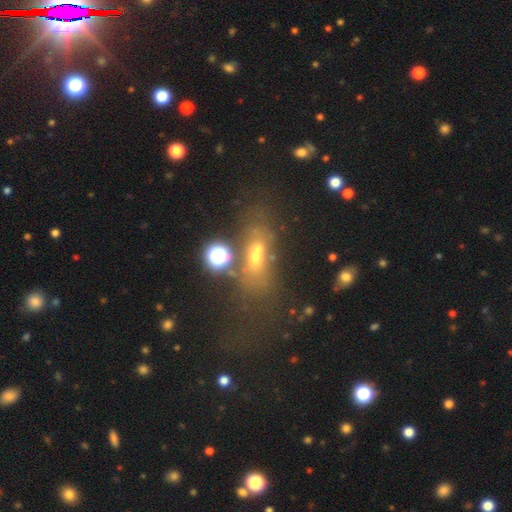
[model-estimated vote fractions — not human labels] Q: Smooth or featured?
A: smooth (48%); runner-up: star or artifact (26%)
Q: Merging?
A: none (52%); runner-up: merger (17%)